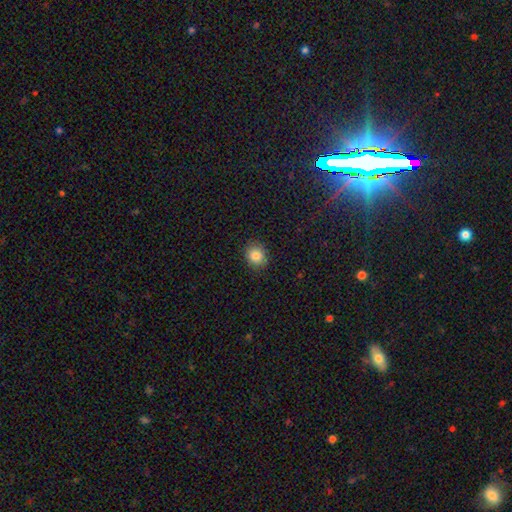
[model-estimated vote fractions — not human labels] Smooth or featured? Predicted: smooth (p=0.84). How rounded? Predicted: round (p=0.76). Merging? Predicted: none (p=0.89).